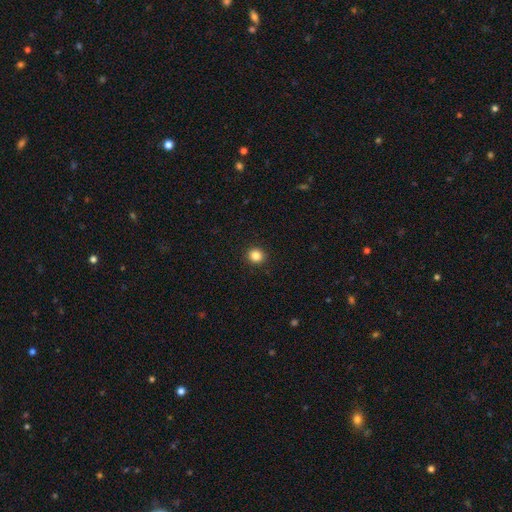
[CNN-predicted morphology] Smooth or featured? smooth (84%)
How rounded? round (91%)
Merging? none (93%)